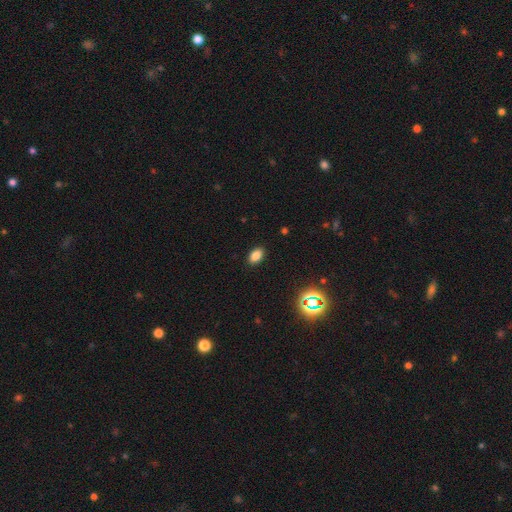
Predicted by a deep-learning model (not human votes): smooth_or_featured: smooth (p=0.82) [alt: star or artifact p=0.13]
how_rounded: in between (p=0.87) [alt: round p=0.11]
merging: none (p=0.89) [alt: minor disturbance p=0.08]